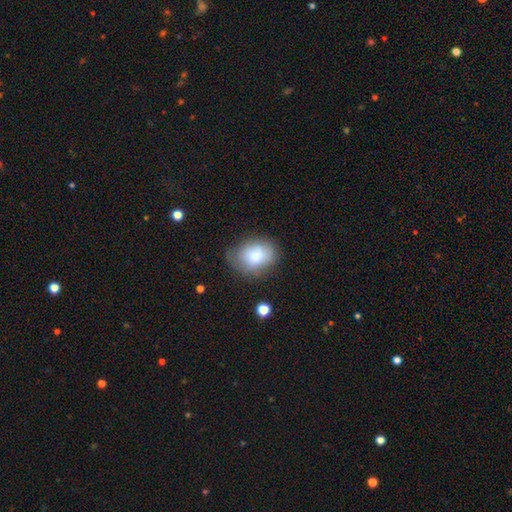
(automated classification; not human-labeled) Morphology: type=smooth (82%); roundness=in between (63%); merging=none (59%).